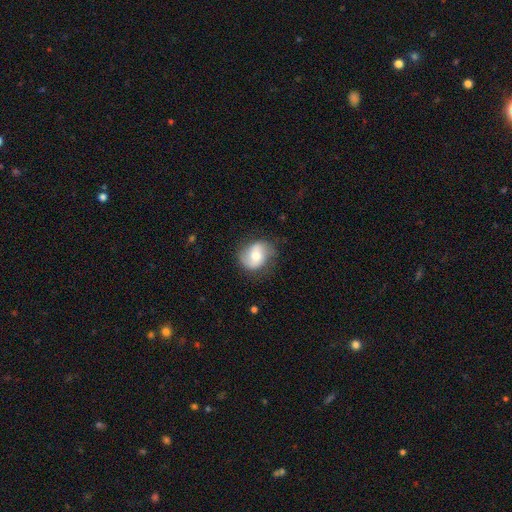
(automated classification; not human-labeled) Smooth or featured? featured or disk (47%)
Merging? none (72%)